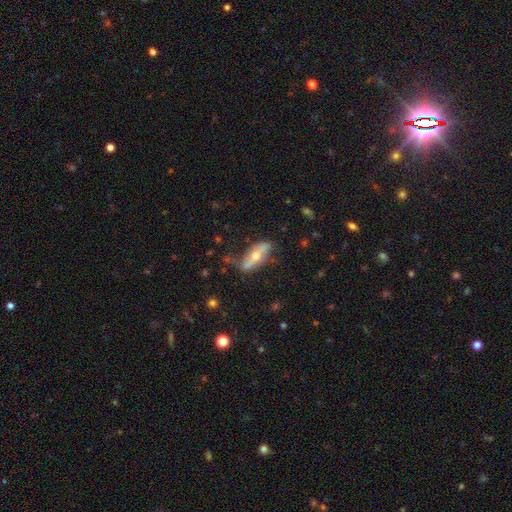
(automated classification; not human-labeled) Q: Smooth or featured?
A: featured or disk (59%); runner-up: smooth (35%)
Q: Edge-on disk?
A: no (57%); runner-up: yes (43%)
Q: Merging?
A: none (68%); runner-up: minor disturbance (22%)